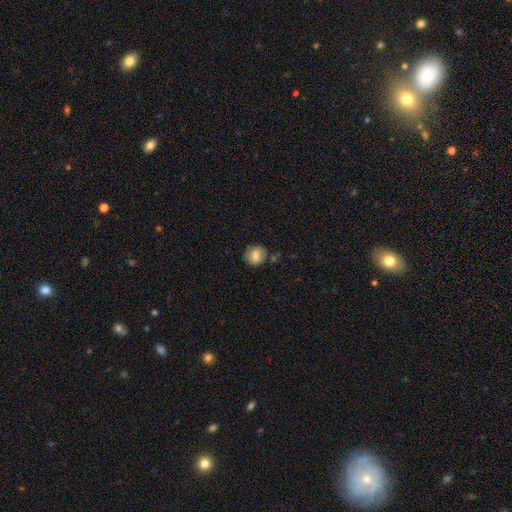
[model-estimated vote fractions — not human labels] Overall: smooth (75%). How rounded: round (85%). Merging: none (79%).